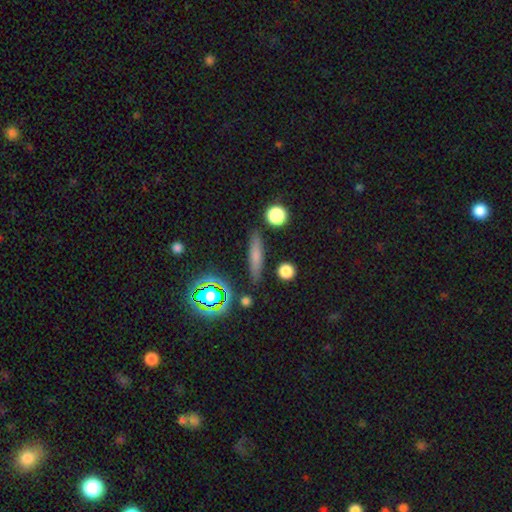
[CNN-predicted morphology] A smooth galaxy with no disk features (67%) that is cigar-shaped (78%).

Vote fractions:
- Smooth or featured? smooth: 67% / featured or disk: 21% / star or artifact: 12%
- How rounded? cigar-shaped: 78% / in between: 14% / round: 7%
- Merging? none: 86% / minor disturbance: 9% / merger: 3% / major disturbance: 3%